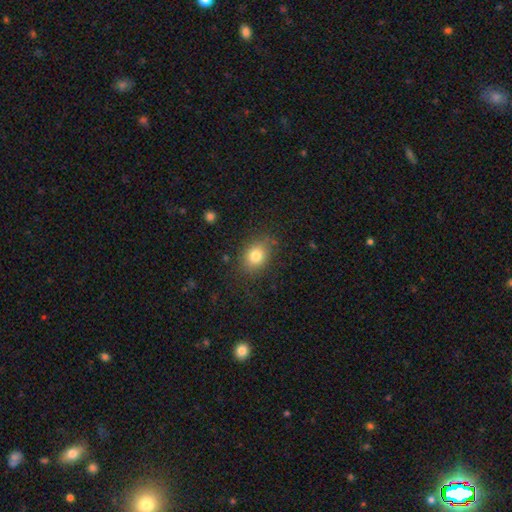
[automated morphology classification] type=smooth (80%); roundness=in between (57%); merging=none (81%).